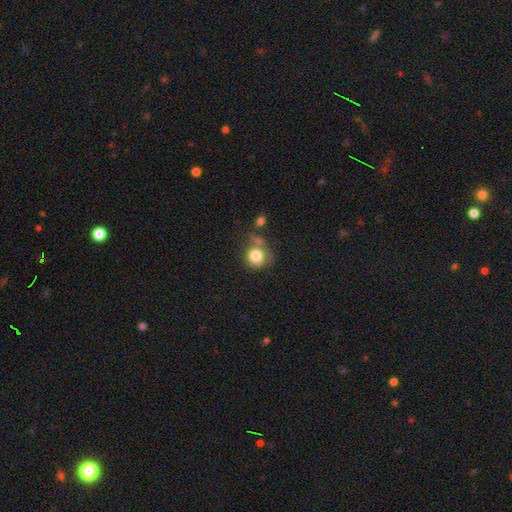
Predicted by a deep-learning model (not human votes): Smooth or featured?
  - smooth: 79% *
  - featured or disk: 11%
  - star or artifact: 9%
How rounded?
  - round: 82% *
  - in between: 17%
  - cigar-shaped: 1%
Merging?
  - none: 49% *
  - minor disturbance: 22%
  - merger: 19%
  - major disturbance: 10%